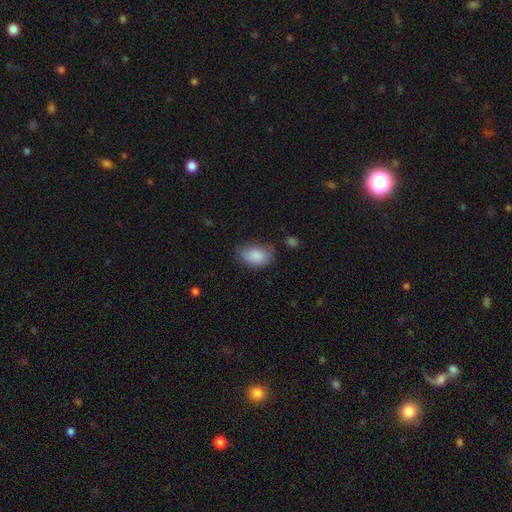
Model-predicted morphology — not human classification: A smooth galaxy with no disk features (86%) that is in between round and cigar-shaped (86%).

Vote fractions:
- Smooth or featured? smooth: 86% / featured or disk: 7% / star or artifact: 7%
- How rounded? in between: 86% / round: 13% / cigar-shaped: 1%
- Merging? none: 59% / minor disturbance: 30% / major disturbance: 8% / merger: 3%